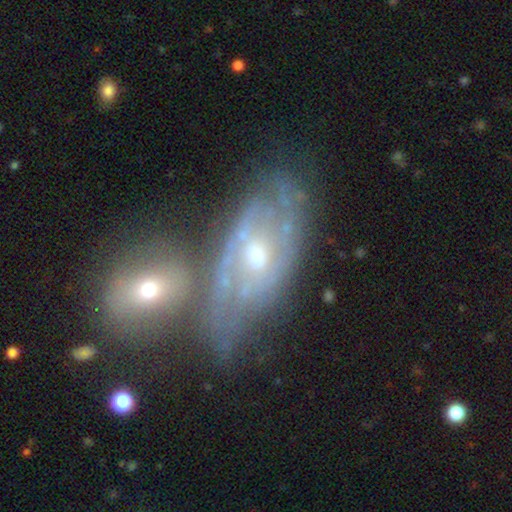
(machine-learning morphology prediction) Q: Smooth or featured?
A: featured or disk (81%); runner-up: smooth (12%)
Q: Edge-on disk?
A: no (90%); runner-up: yes (10%)
Q: Bar?
A: no (52%); runner-up: weak (37%)
Q: Spiral arms?
A: yes (86%); runner-up: no (14%)
Q: Spiral winding?
A: tight (60%); runner-up: medium (31%)
Q: Spiral arm count?
A: can't tell (48%); runner-up: 2 (31%)
Q: Bulge size?
A: moderate (61%); runner-up: small (33%)
Q: Merging?
A: none (47%); runner-up: merger (28%)